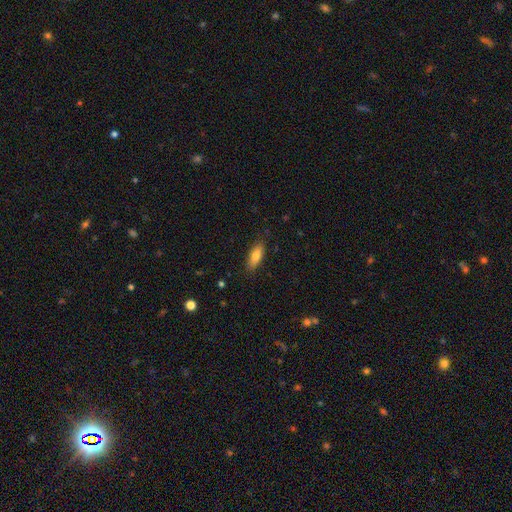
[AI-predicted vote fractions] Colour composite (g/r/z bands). It shows a smooth galaxy with no disk features (77%) that is in between round and cigar-shaped (69%). Merging: none (85%).